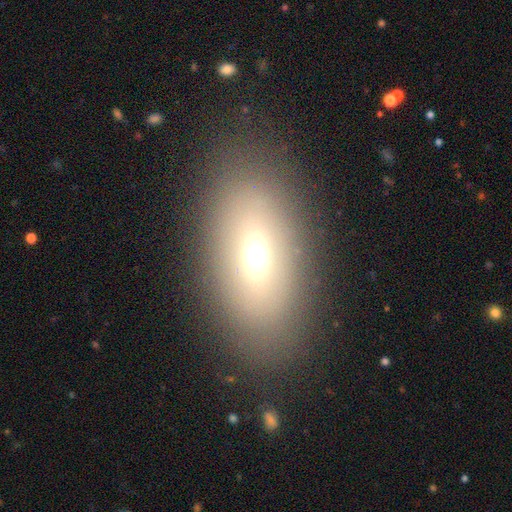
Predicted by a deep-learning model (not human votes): Smooth or featured? smooth (60%)
How rounded? in between (86%)
Merging? none (79%)